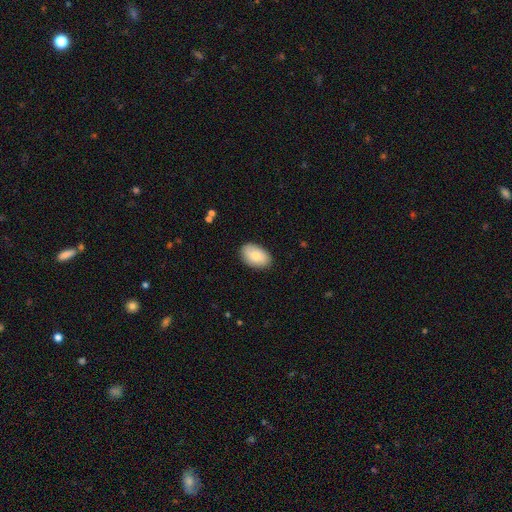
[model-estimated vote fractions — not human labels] Smooth or featured? smooth (81%)
How rounded? in between (93%)
Merging? none (85%)